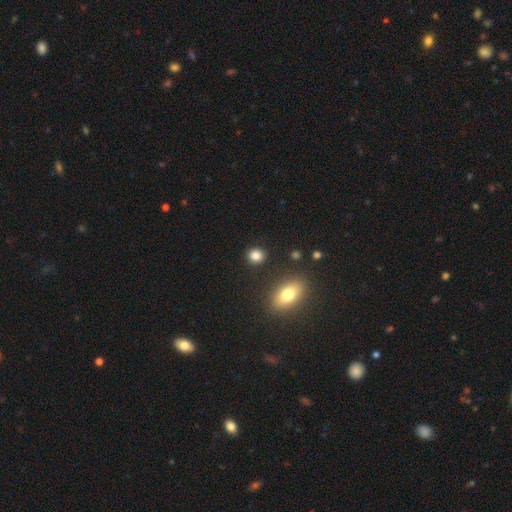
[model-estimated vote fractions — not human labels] A smooth galaxy with no disk features (85%) that is round (71%).

Vote fractions:
- Smooth or featured? smooth: 85% / star or artifact: 11% / featured or disk: 5%
- How rounded? round: 71% / in between: 27% / cigar-shaped: 1%
- Merging? none: 88% / minor disturbance: 7% / merger: 2% / major disturbance: 2%